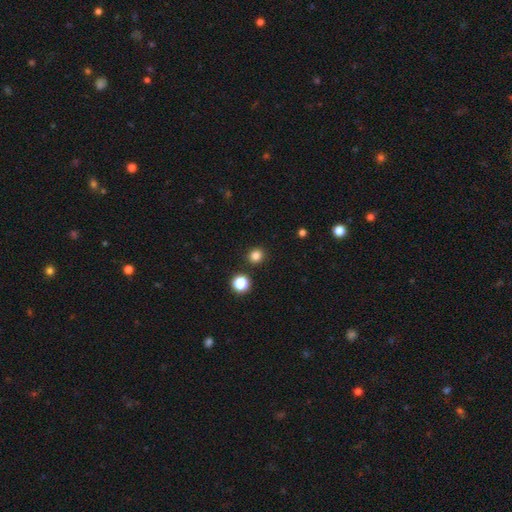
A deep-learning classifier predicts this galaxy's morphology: smooth-or-featured: smooth: 82% | star or artifact: 14% | featured or disk: 4%
  how-rounded: round: 90% | in between: 9% | cigar-shaped: 1%
  merging: none: 91% | minor disturbance: 5% | merger: 3% | major disturbance: 2%